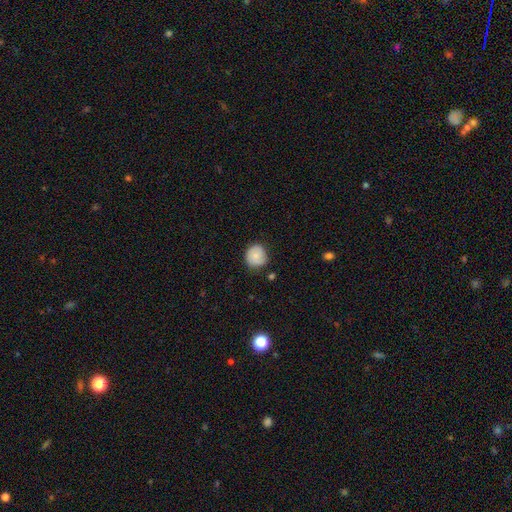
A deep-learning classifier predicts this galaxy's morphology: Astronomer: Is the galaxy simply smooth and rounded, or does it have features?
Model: smooth — 72%.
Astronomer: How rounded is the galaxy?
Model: round — 84%.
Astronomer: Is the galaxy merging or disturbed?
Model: none — 69%.